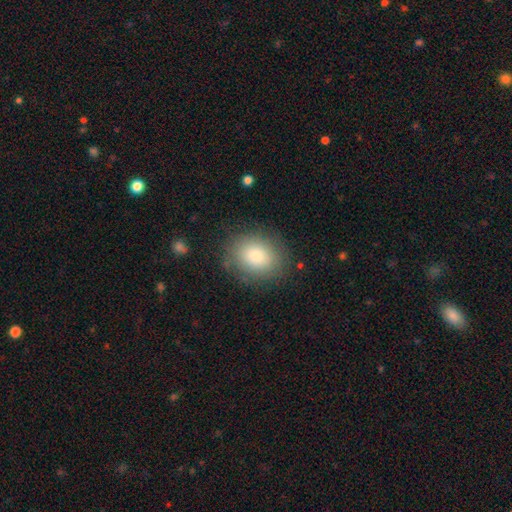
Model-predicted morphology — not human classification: Smooth or featured? Predicted: smooth (p=0.82). How rounded? Predicted: in between (p=0.52). Merging? Predicted: none (p=0.83).